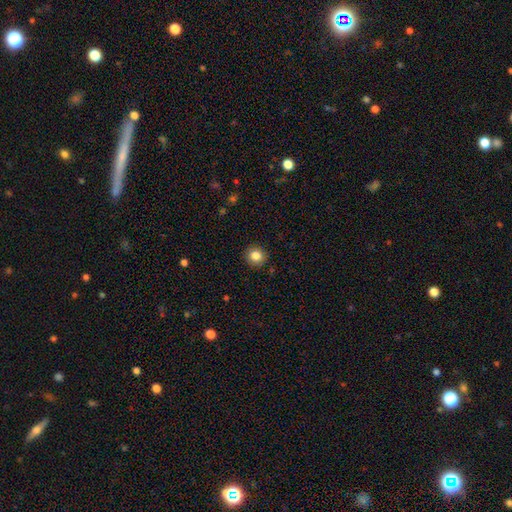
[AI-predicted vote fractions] Morphology: type=smooth (84%); roundness=round (91%); merging=none (91%).